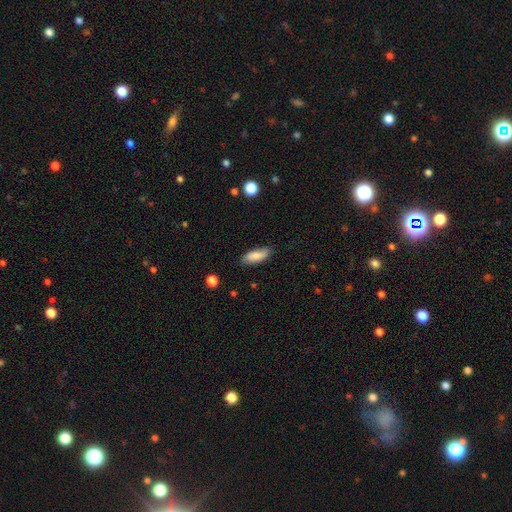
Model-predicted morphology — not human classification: This is clearly a smooth galaxy (81%). How rounded: likely in between (72%). Merging: likely none (80%).